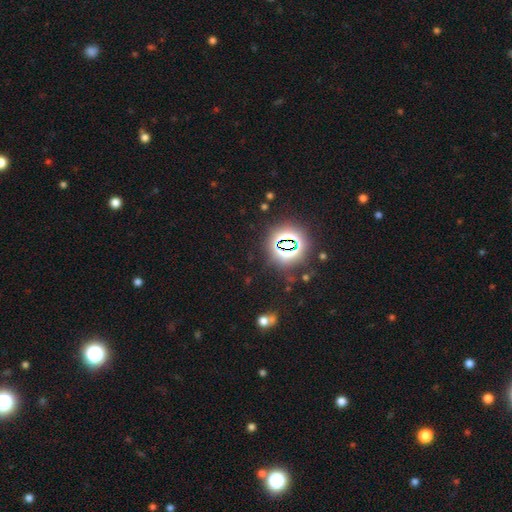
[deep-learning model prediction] Overall: star or artifact (81%).